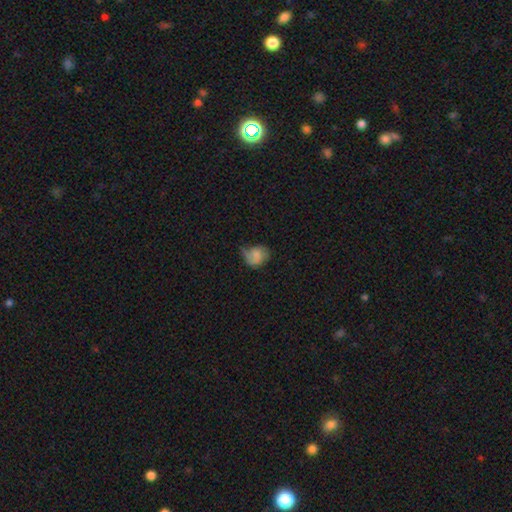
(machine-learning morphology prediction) The model was most divided on "merging": minor disturbance: 38%, none: 37%, major disturbance: 22%, merger: 2%. More confident: smooth or featured — smooth (61%); how rounded — round (56%).